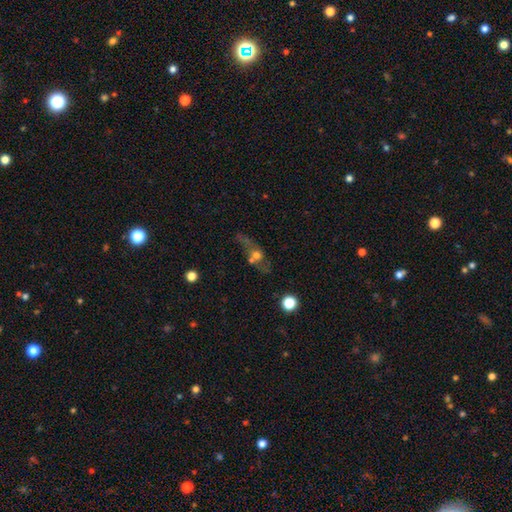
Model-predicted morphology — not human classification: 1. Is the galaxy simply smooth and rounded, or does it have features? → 43% smooth, 39% featured or disk, 18% star or artifact.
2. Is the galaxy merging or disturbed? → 37% none, 35% merger, 14% major disturbance, 14% minor disturbance.